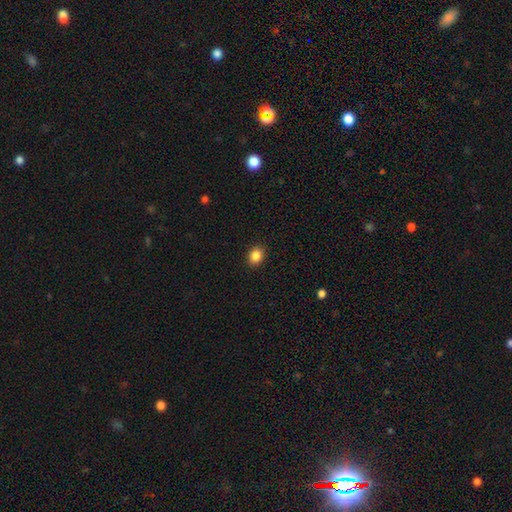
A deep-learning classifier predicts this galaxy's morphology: A smooth galaxy with no disk features (87%) that is in between round and cigar-shaped (52%). Merging: none (90%).